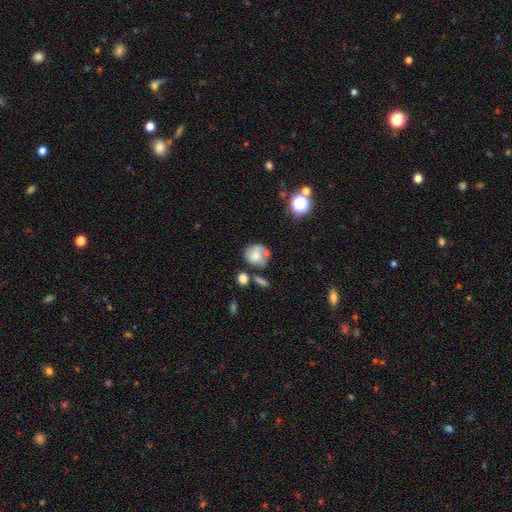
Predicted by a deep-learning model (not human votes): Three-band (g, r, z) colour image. It shows a smooth galaxy with no disk features (67%) that is round (78%). Merging: none (46%).